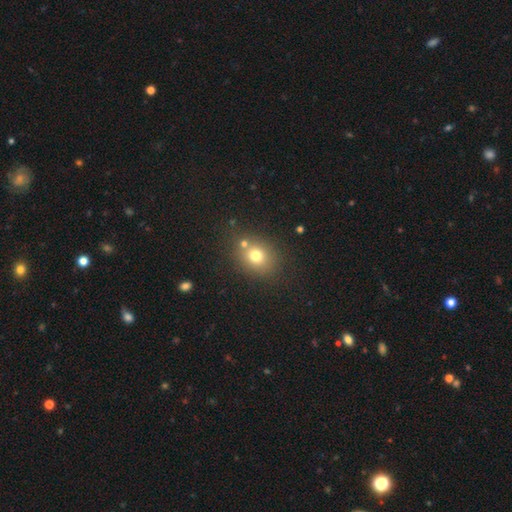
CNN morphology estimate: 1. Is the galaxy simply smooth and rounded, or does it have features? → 73% smooth, 16% star or artifact, 12% featured or disk.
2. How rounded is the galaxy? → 64% round, 35% in between, 1% cigar-shaped.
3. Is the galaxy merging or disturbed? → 70% none, 16% merger, 10% minor disturbance, 4% major disturbance.